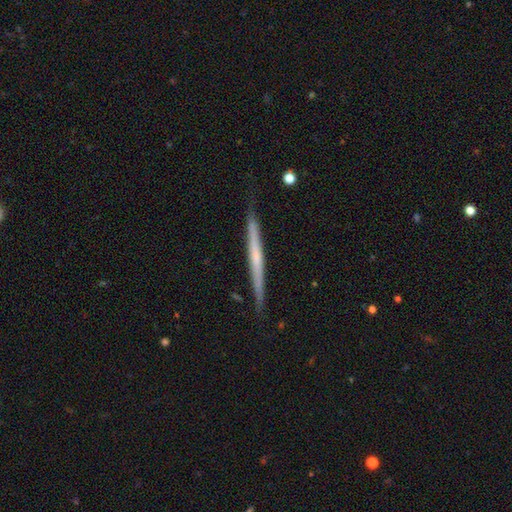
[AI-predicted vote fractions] The model was most divided on "smooth or featured": featured or disk: 59%, smooth: 35%, star or artifact: 6%. More confident: edge-on disk — yes (97%); merging — none (87%); edge-on bulge — none (75%).